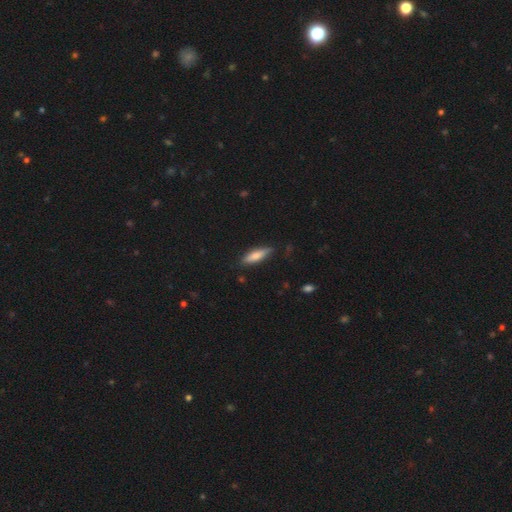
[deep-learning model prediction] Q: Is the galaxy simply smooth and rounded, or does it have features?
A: smooth — 71%.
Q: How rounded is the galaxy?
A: cigar-shaped — 62%.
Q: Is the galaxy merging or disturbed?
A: none — 81%.